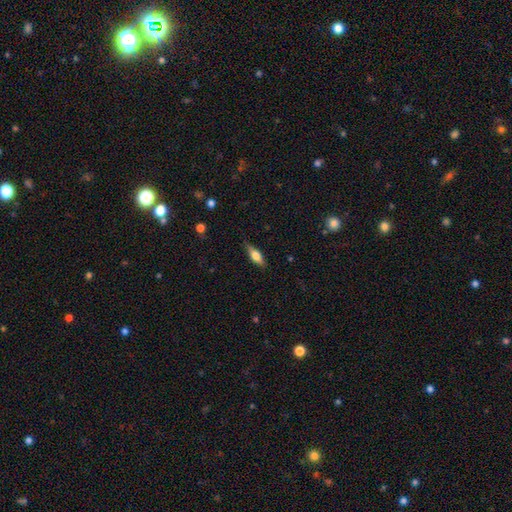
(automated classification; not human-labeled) This appears to be a smooth galaxy with no disk features (60%) that is in between round and cigar-shaped (61%). Merging: none (80%).